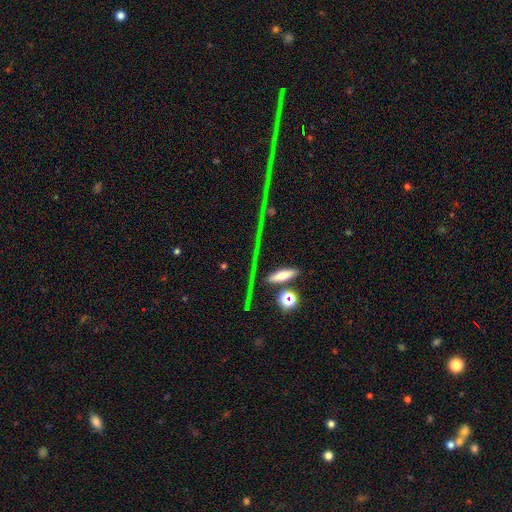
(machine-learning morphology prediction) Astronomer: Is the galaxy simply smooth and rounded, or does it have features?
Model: star or artifact — 38% (runner-up: featured or disk, 36%).